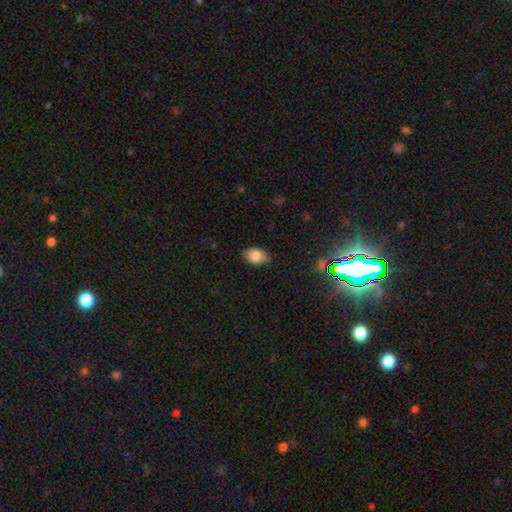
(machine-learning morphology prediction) type=smooth (84%); roundness=in between (83%); merging=none (79%).